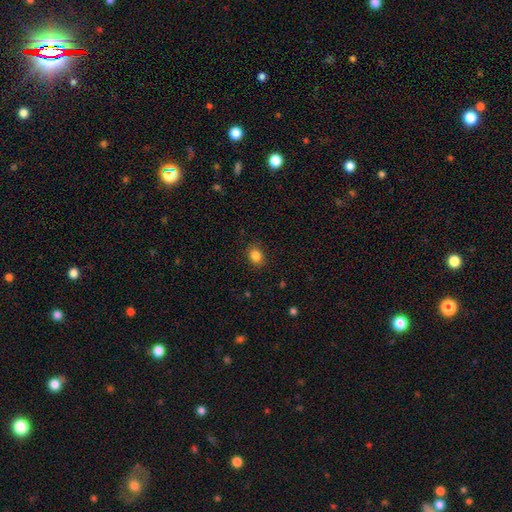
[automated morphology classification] Smooth or featured? smooth (85%)
How rounded? round (50%)
Merging? none (88%)